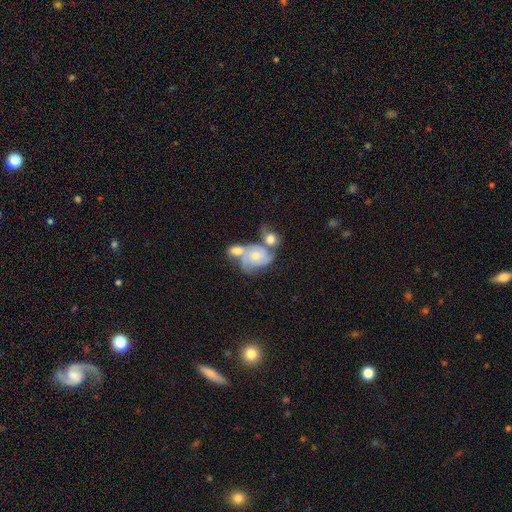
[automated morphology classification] type=featured or disk (57%); edge-on=no (97%); bar=no (80%); spiral arms=yes (77%); bulge=small (46%, tied with moderate); merging=merger (55%).